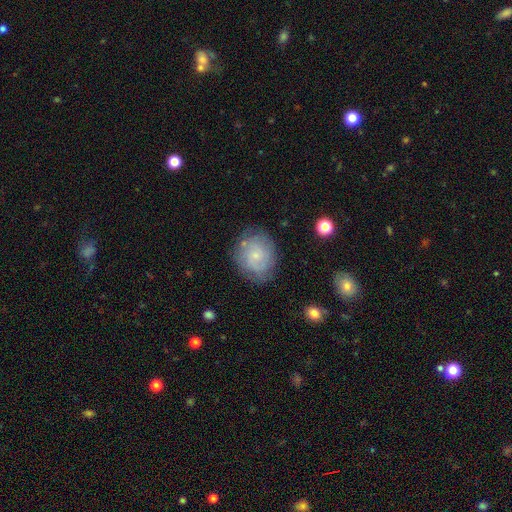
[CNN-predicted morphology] Smooth or featured? Predicted: smooth (p=0.50). Merging? Predicted: none (p=0.71).